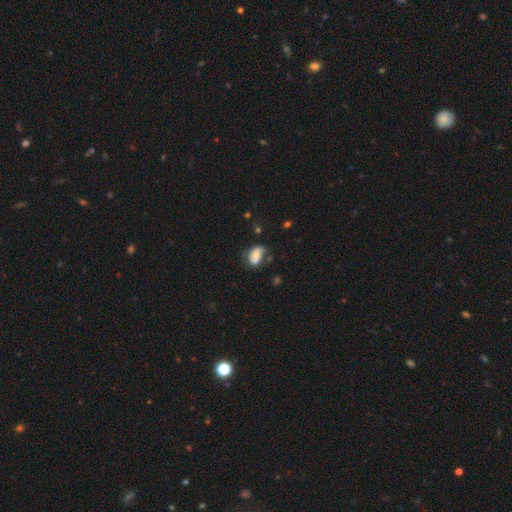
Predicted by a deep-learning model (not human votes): Q: Smooth or featured?
A: smooth (53%); runner-up: featured or disk (38%)
Q: How rounded?
A: in between (80%); runner-up: round (19%)
Q: Merging?
A: none (47%); runner-up: minor disturbance (31%)